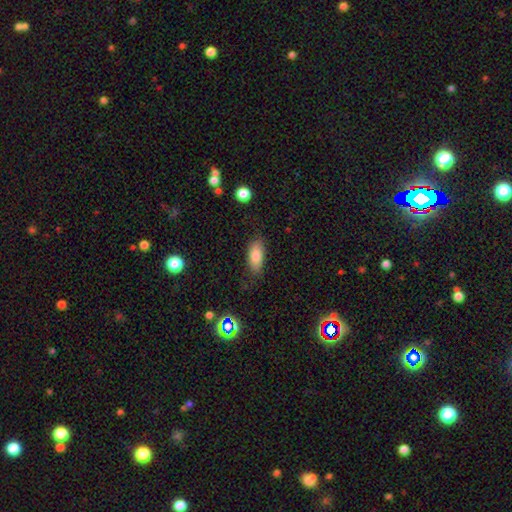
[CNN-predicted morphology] A smooth galaxy with no disk features (82%) that is in between round and cigar-shaped (85%). Merging: none (76%).